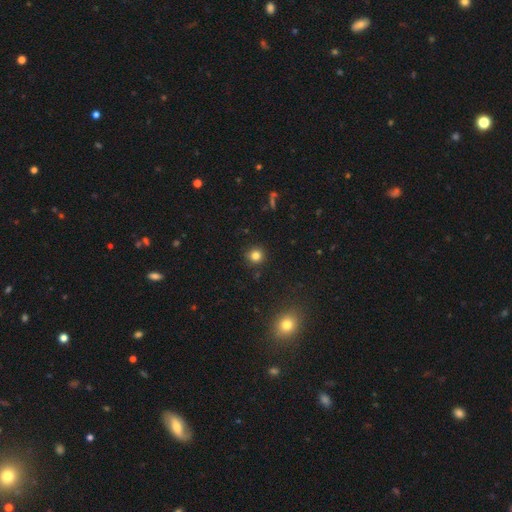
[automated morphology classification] smooth-or-featured: smooth: 81% | star or artifact: 14% | featured or disk: 5%
  how-rounded: round: 92% | in between: 7% | cigar-shaped: 1%
  merging: none: 90% | minor disturbance: 7% | major disturbance: 2% | merger: 1%